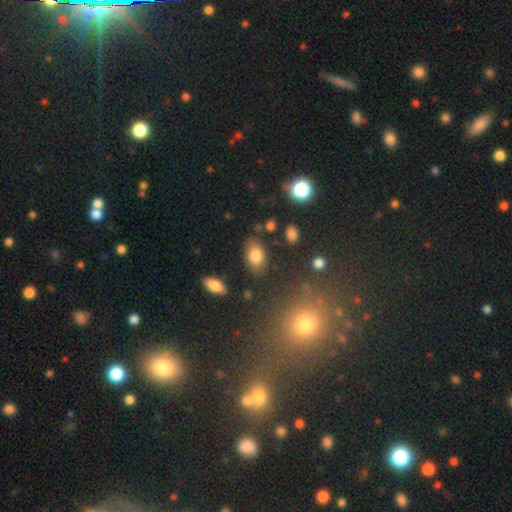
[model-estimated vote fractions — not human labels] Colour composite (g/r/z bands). It shows a smooth galaxy with no disk features (80%) that is in between round and cigar-shaped (89%). Merging: none (76%).